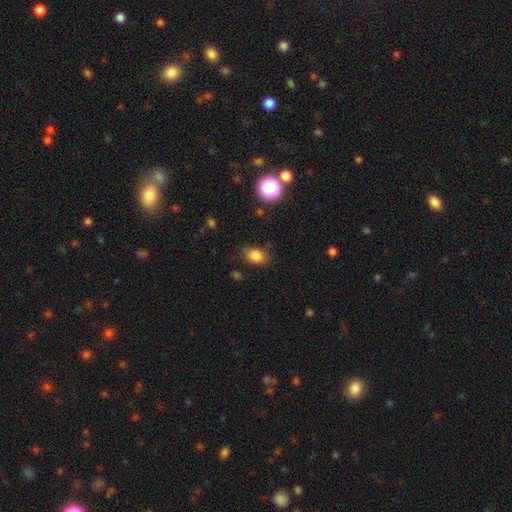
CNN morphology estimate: The model was most divided on "how rounded": in between: 73%, round: 26%, cigar-shaped: 1%. More confident: smooth or featured — smooth (81%); merging — none (80%).